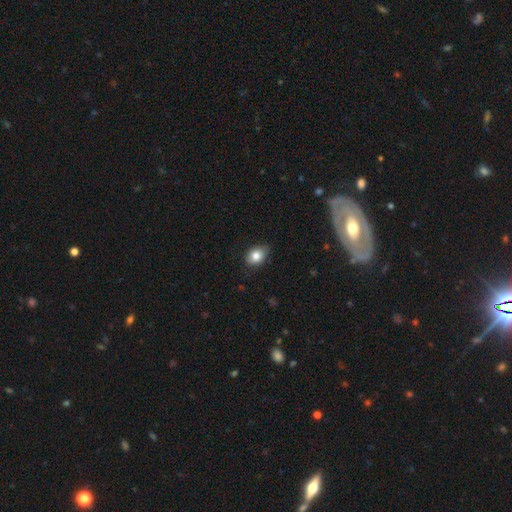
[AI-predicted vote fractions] This is clearly a smooth galaxy (81%). How rounded: likely in between (77%). Merging: likely none (76%).